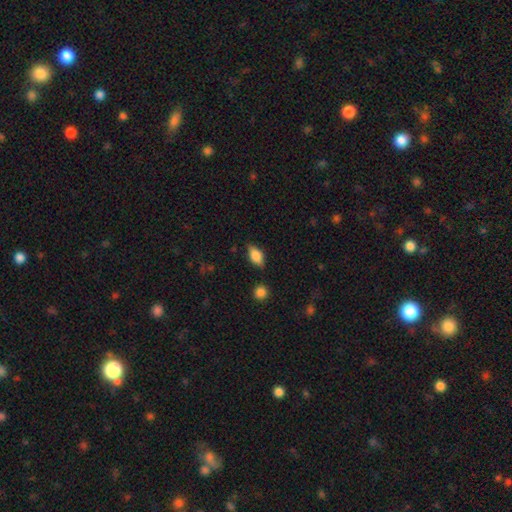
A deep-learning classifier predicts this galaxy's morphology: type=smooth (80%); roundness=in between (88%); merging=none (81%).